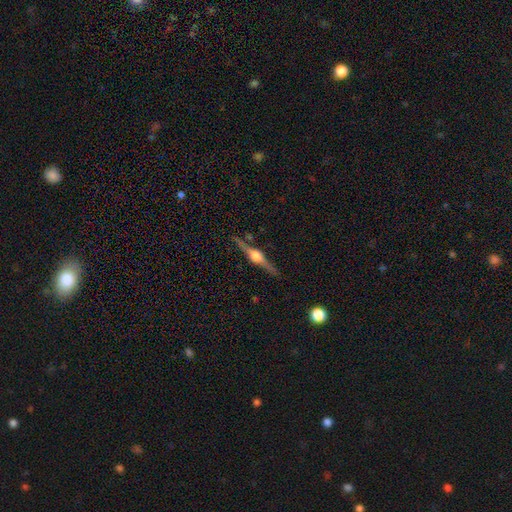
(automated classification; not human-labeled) This is clearly a featured or disk galaxy (86%). It is clearly viewed edge-on (98%). Edge-on bulge: clearly rounded (91%). Merging: clearly none (88%).